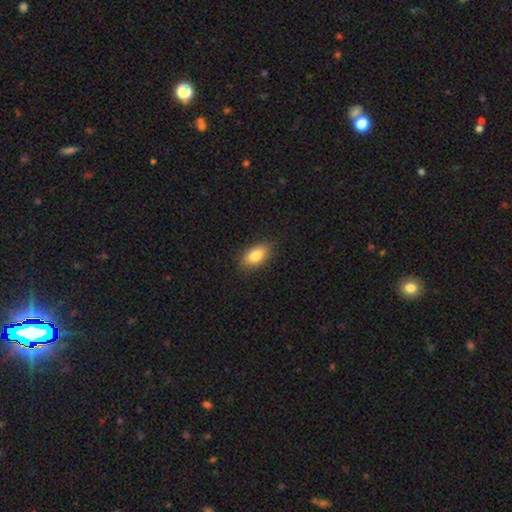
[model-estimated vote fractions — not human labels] This is clearly a smooth galaxy (84%). How rounded: clearly in between (90%). Merging: clearly none (86%).